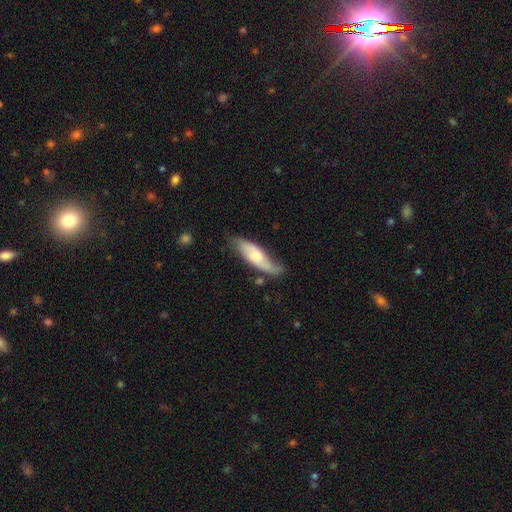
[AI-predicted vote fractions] A featured or disk galaxy (51%). Merging: none (60%).